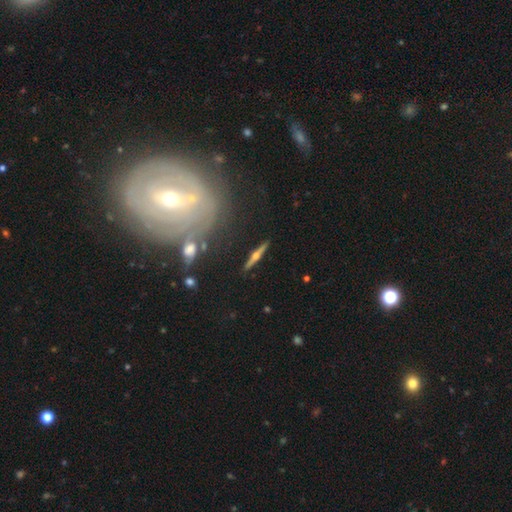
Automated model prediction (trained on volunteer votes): smooth_or_featured: featured or disk (p=0.75) [alt: smooth p=0.19]
disk_edge_on: yes (p=0.97) [alt: no p=0.03]
edge_on_bulge: rounded (p=0.93) [alt: boxy p=0.04]
merging: none (p=0.89) [alt: minor disturbance p=0.07]